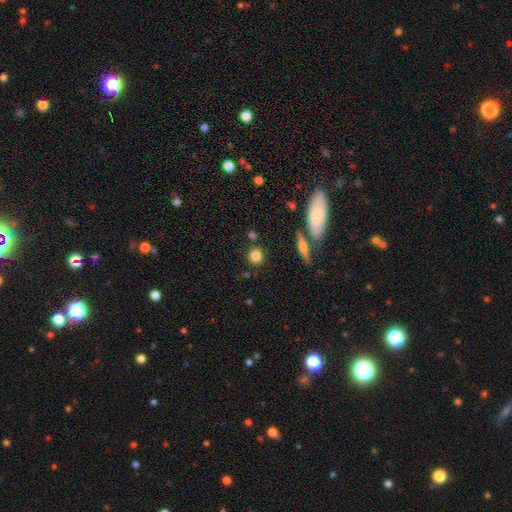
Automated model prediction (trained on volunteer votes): Morphology: type=smooth (81%); roundness=round (87%); merging=none (83%).